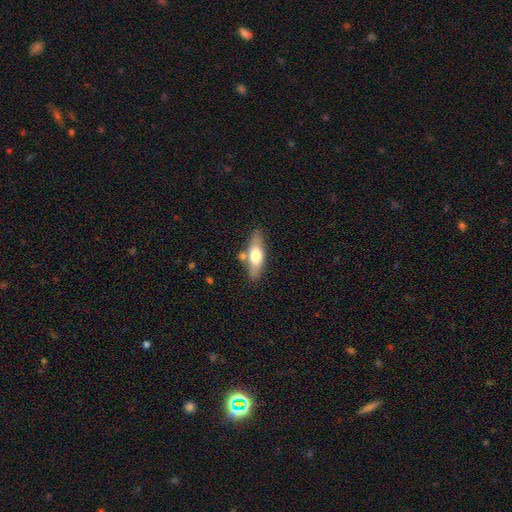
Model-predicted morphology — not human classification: smooth_or_featured: smooth (p=0.59) [alt: featured or disk p=0.35]
how_rounded: in between (p=0.59) [alt: cigar-shaped p=0.38]
merging: none (p=0.75) [alt: minor disturbance p=0.14]